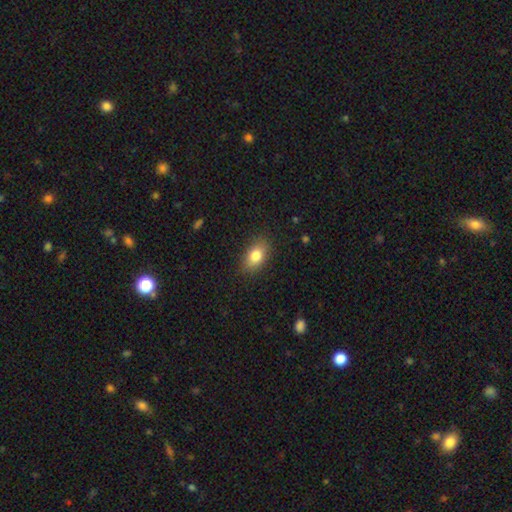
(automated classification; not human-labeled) smooth 82%, featured or disk 10%, star or artifact 9%. Down the decision tree: how rounded — in between (83%); merging — none (84%).